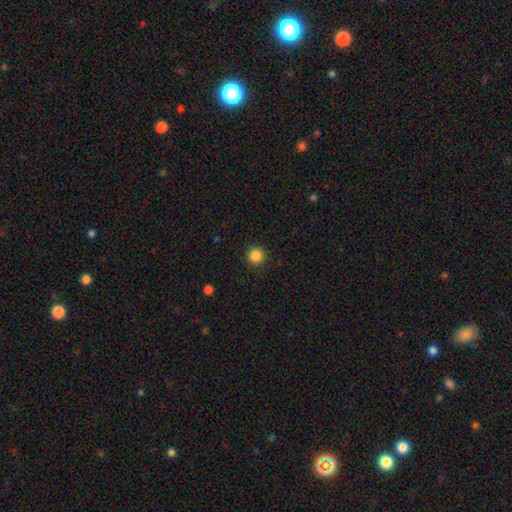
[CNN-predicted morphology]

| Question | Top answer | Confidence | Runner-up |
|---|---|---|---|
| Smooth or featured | smooth | 86% | star or artifact (11%) |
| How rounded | round | 95% | in between (4%) |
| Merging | none | 91% | minor disturbance (6%) |